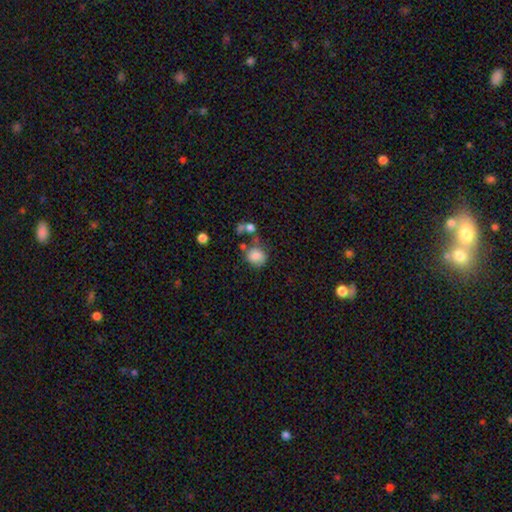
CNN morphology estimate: Smooth or featured?
  - smooth: 81% *
  - star or artifact: 9%
  - featured or disk: 9%
How rounded?
  - round: 77% *
  - in between: 22%
  - cigar-shaped: 1%
Merging?
  - none: 49% *
  - minor disturbance: 21%
  - merger: 18%
  - major disturbance: 12%